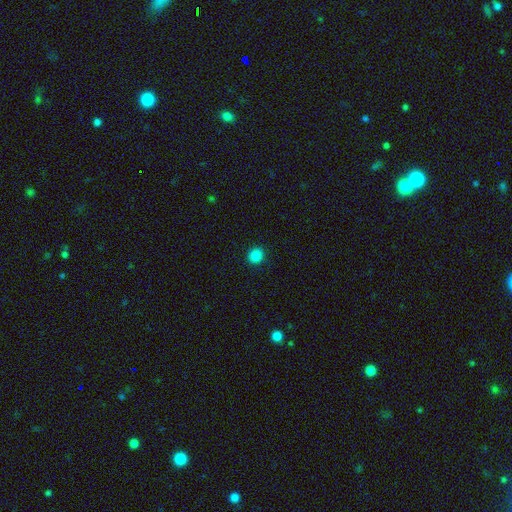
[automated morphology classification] smooth_or_featured: smooth (p=0.86) [alt: star or artifact p=0.12]
how_rounded: round (p=0.86) [alt: in between p=0.14]
merging: none (p=0.92) [alt: minor disturbance p=0.05]